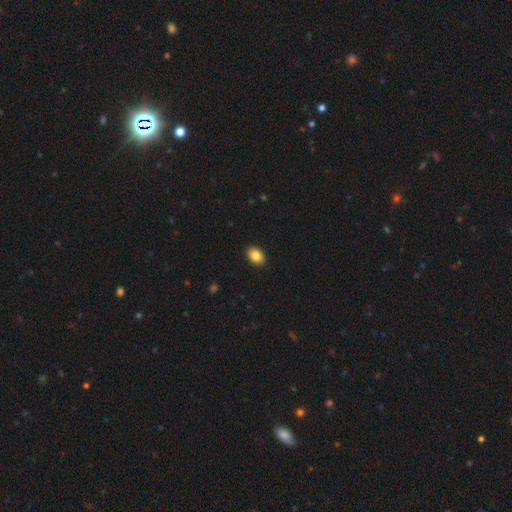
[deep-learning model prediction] smooth-or-featured: smooth: 86% | star or artifact: 8% | featured or disk: 6%
  how-rounded: in between: 78% | round: 21% | cigar-shaped: 1%
  merging: none: 91% | minor disturbance: 7% | major disturbance: 2% | merger: 1%